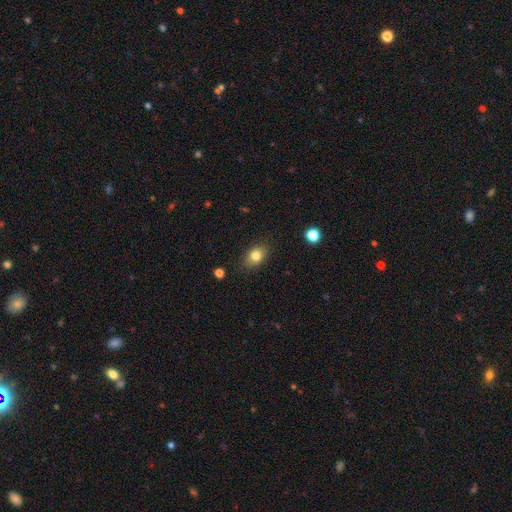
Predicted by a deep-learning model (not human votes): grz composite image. It shows a smooth galaxy with no disk features (81%) that is in between round and cigar-shaped (73%). Merging: none (83%).